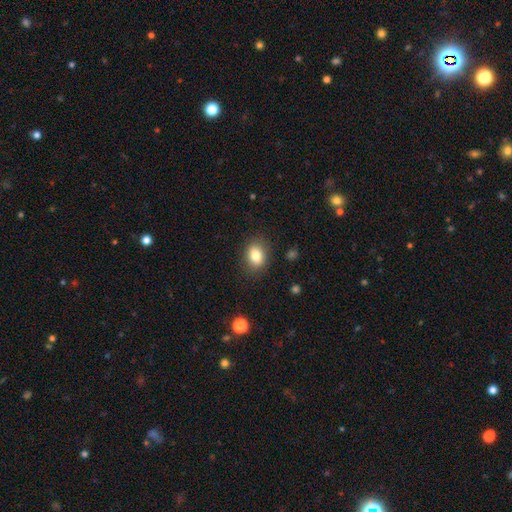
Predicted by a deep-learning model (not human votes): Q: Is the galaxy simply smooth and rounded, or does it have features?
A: smooth — 82%.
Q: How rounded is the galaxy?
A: in between — 62%.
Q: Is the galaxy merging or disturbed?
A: none — 85%.